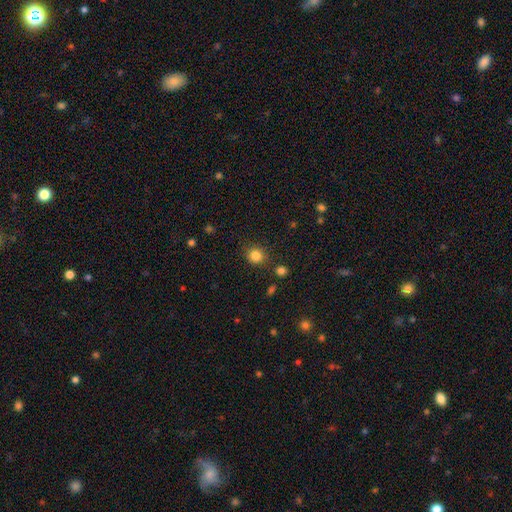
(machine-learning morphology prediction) type=smooth (84%); roundness=round (84%); merging=none (83%).